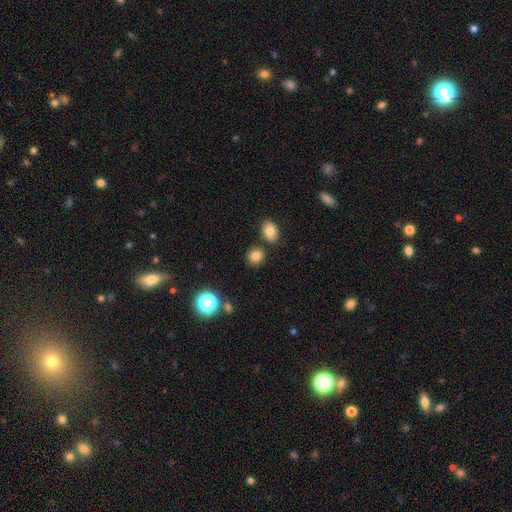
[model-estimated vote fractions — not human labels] Smooth or featured? Predicted: smooth (p=0.81). How rounded? Predicted: round (p=0.77). Merging? Predicted: none (p=0.79).